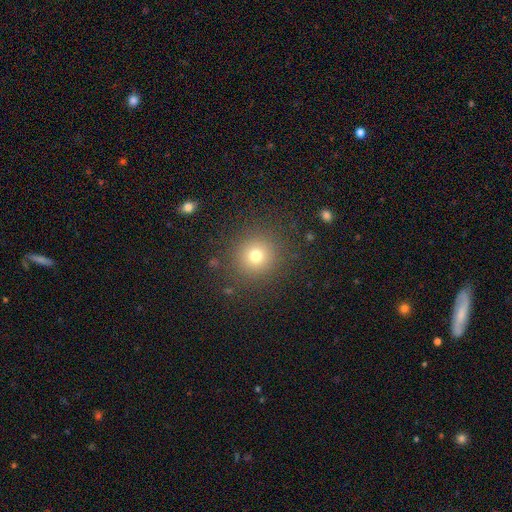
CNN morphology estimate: This is likely a smooth galaxy (73%). How rounded: clearly round (94%). Merging: clearly none (87%).